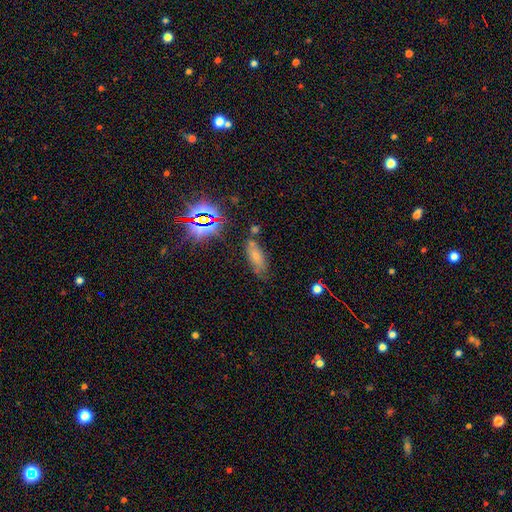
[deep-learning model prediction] Q: Smooth or featured?
A: smooth (62%); runner-up: star or artifact (19%)
Q: How rounded?
A: in between (74%); runner-up: cigar-shaped (23%)
Q: Merging?
A: none (63%); runner-up: minor disturbance (21%)